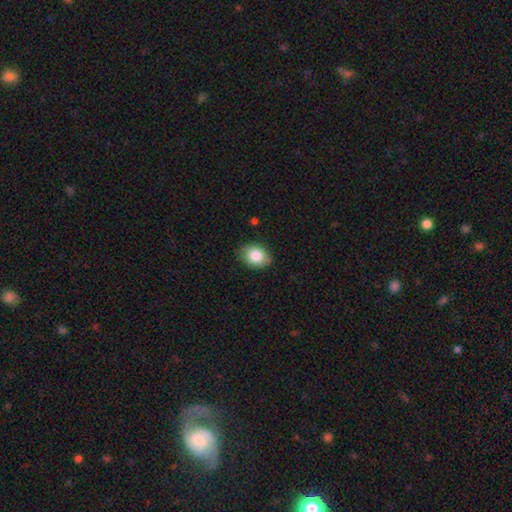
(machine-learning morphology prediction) Overall: smooth (83%). How rounded: in between (67%; round 32%). Merging: none (82%).